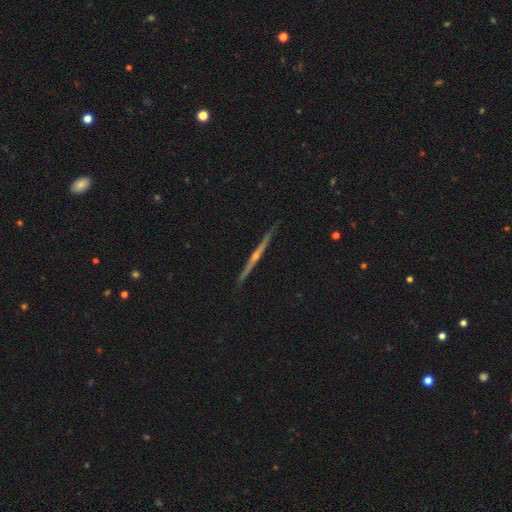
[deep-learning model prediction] The model was most divided on "edge-on bulge": rounded: 68%, none: 25%, boxy: 7%. More confident: edge-on disk — yes (98%); merging — none (90%); smooth or featured — featured or disk (78%).